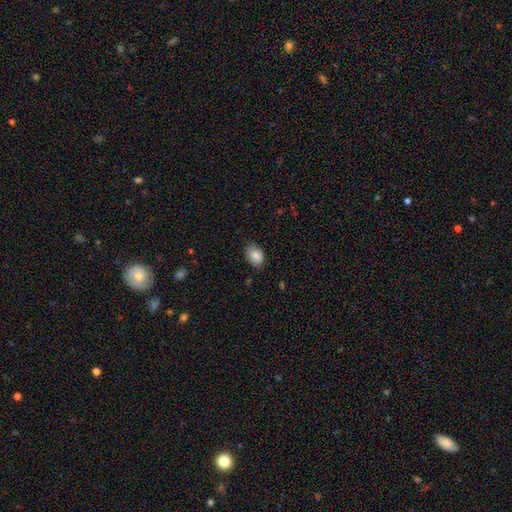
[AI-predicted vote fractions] This is clearly a smooth galaxy (85%). How rounded: likely in between (76%). Merging: likely none (78%).